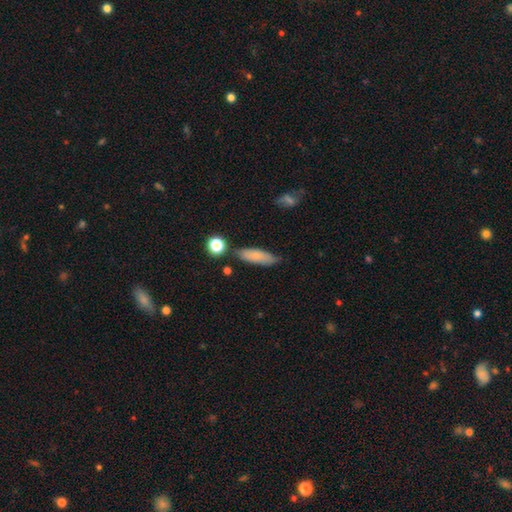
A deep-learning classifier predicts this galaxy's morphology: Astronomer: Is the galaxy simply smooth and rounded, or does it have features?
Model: smooth — 78%.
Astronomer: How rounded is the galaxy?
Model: in between — 52% (runner-up: cigar-shaped, 45%).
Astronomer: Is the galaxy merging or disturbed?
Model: none — 74%.